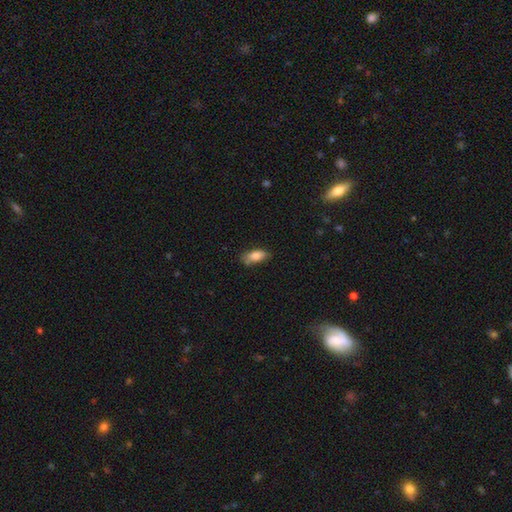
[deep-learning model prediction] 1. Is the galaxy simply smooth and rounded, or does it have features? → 83% smooth, 10% featured or disk, 8% star or artifact.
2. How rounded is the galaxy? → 83% in between, 13% cigar-shaped, 3% round.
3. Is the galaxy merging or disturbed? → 63% none, 27% minor disturbance, 6% major disturbance, 3% merger.